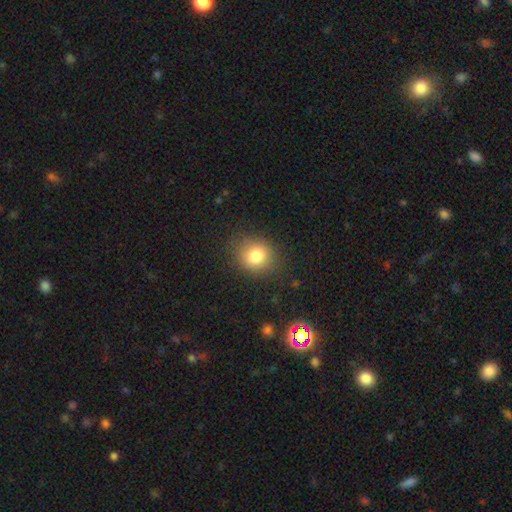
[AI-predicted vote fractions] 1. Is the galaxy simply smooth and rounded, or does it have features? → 79% smooth, 12% star or artifact, 9% featured or disk.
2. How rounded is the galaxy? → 70% round, 29% in between, 1% cigar-shaped.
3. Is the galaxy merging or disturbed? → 83% none, 11% minor disturbance, 4% major disturbance, 1% merger.